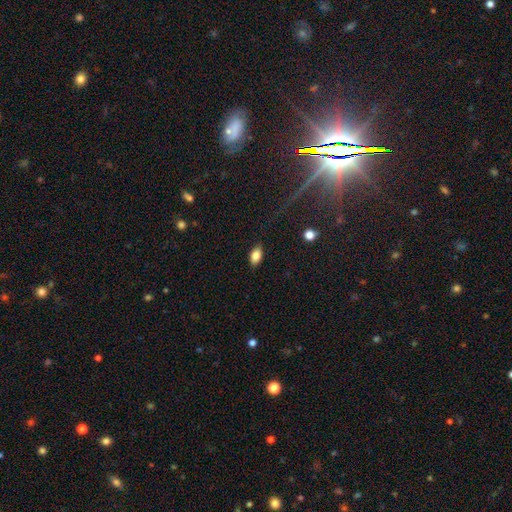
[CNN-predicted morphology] smooth_or_featured: smooth (p=0.81) [alt: featured or disk p=0.11]
how_rounded: in between (p=0.90) [alt: round p=0.06]
merging: none (p=0.87) [alt: minor disturbance p=0.10]